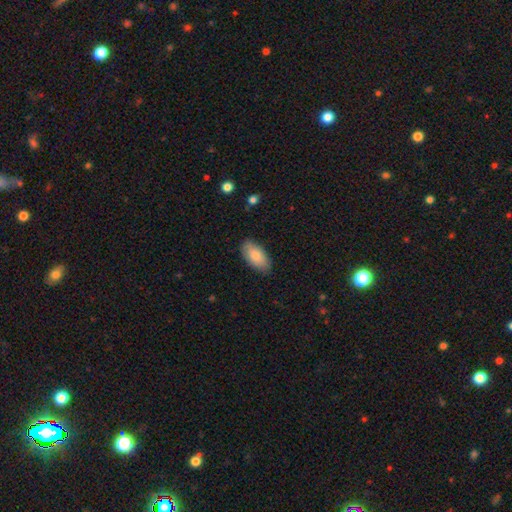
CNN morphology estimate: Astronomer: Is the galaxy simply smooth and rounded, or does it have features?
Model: smooth — 84%.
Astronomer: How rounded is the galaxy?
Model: in between — 94%.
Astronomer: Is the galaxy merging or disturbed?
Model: none — 84%.